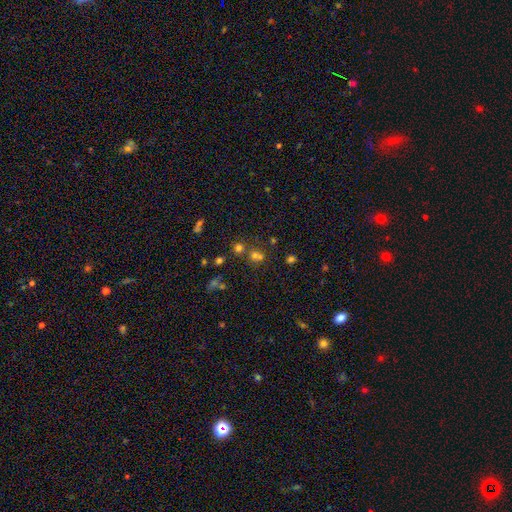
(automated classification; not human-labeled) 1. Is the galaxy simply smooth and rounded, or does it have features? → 50% smooth, 38% star or artifact, 12% featured or disk.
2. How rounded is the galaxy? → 85% round, 14% in between, 1% cigar-shaped.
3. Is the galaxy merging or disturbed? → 58% none, 30% merger, 7% minor disturbance, 4% major disturbance.